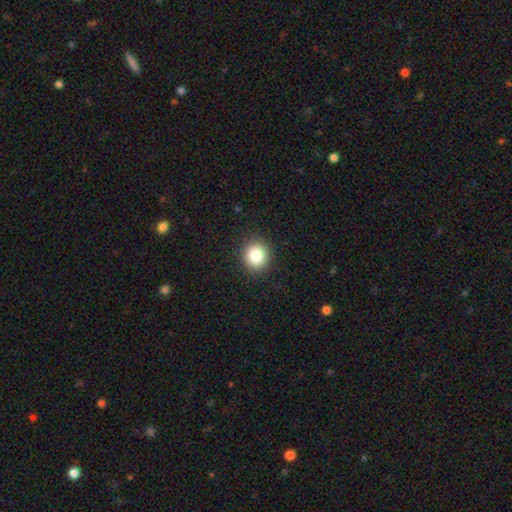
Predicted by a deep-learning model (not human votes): Morphology: type=smooth (84%); roundness=round (86%); merging=none (91%).